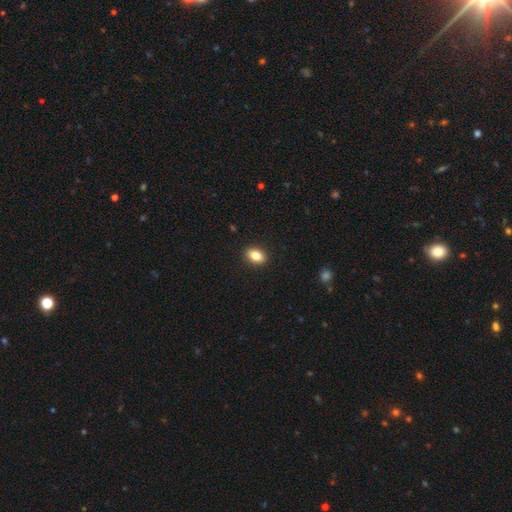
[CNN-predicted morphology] Smooth or featured?
  - smooth: 84% *
  - star or artifact: 8%
  - featured or disk: 8%
How rounded?
  - in between: 82% *
  - round: 16%
  - cigar-shaped: 2%
Merging?
  - none: 91% *
  - minor disturbance: 7%
  - major disturbance: 2%
  - merger: 1%